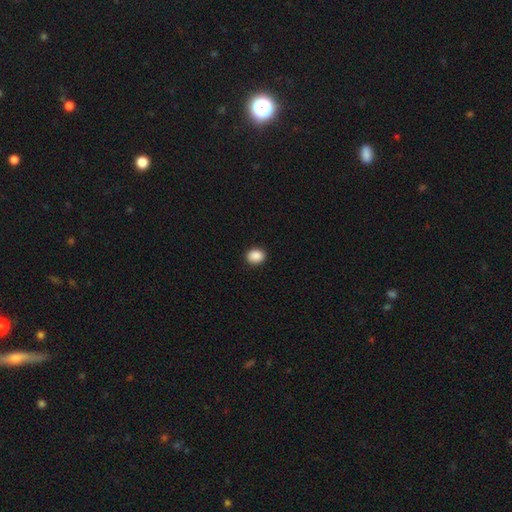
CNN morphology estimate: A smooth galaxy with no disk features (89%) that is round (59%).

Vote fractions:
- Smooth or featured? smooth: 89% / star or artifact: 8% / featured or disk: 3%
- How rounded? round: 59% / in between: 40% / cigar-shaped: 1%
- Merging? none: 91% / minor disturbance: 6% / major disturbance: 2% / merger: 1%